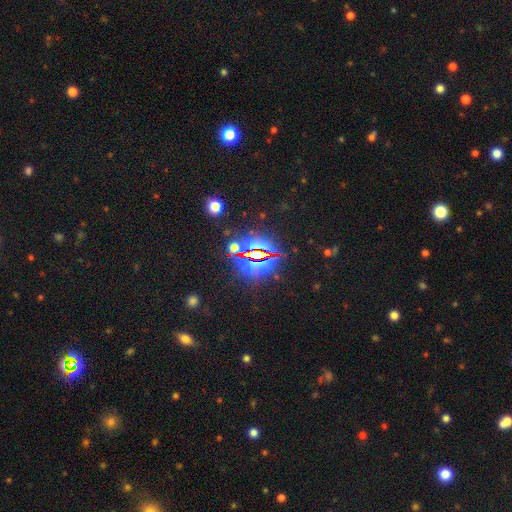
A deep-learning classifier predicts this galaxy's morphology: This is clearly a star or artifact rather than a galaxy (81%).